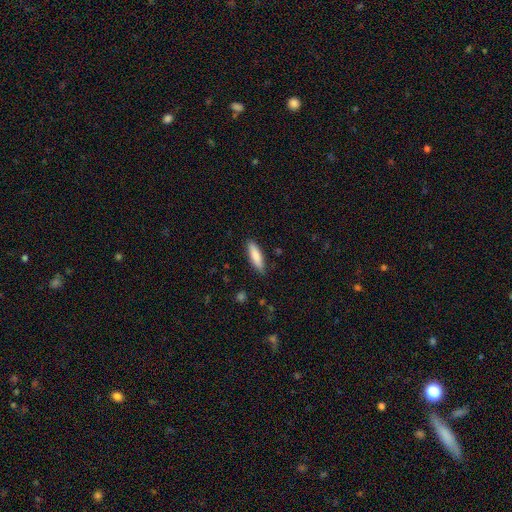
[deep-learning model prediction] This is clearly a smooth galaxy (82%). How rounded: likely cigar-shaped (62%). Merging: clearly none (85%).